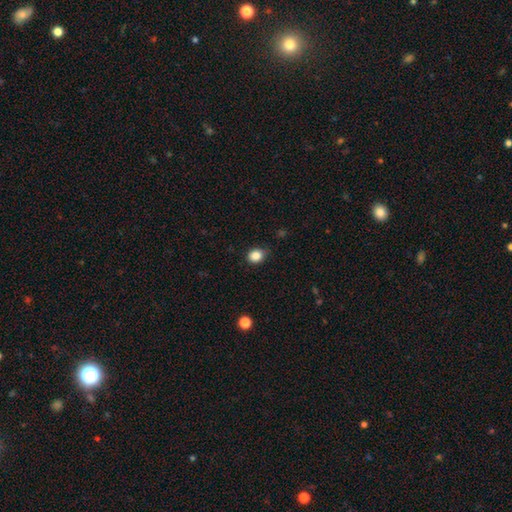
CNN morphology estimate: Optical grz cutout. It shows a smooth galaxy with no disk features (86%) that is round (62%). Merging: none (78%).